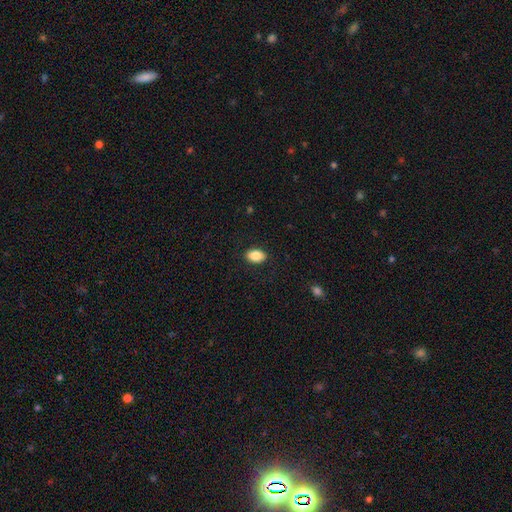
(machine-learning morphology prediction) smooth_or_featured: smooth (p=0.87) [alt: star or artifact p=0.08]
how_rounded: in between (p=0.88) [alt: round p=0.11]
merging: none (p=0.89) [alt: minor disturbance p=0.08]